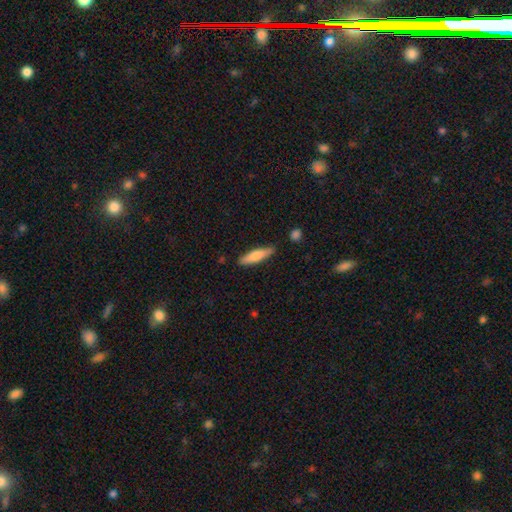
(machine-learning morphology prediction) Q: Smooth or featured?
A: smooth (73%); runner-up: featured or disk (21%)
Q: How rounded?
A: cigar-shaped (74%); runner-up: in between (24%)
Q: Merging?
A: none (85%); runner-up: minor disturbance (11%)